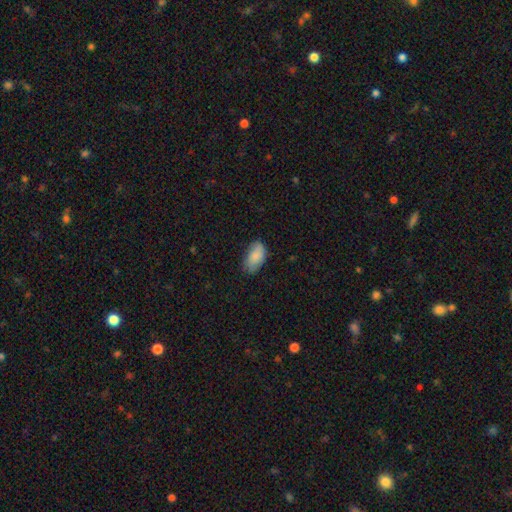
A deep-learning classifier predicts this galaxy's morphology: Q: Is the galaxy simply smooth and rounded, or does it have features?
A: smooth — 83%.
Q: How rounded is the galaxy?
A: in between — 94%.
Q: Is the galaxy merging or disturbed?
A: none — 70%.